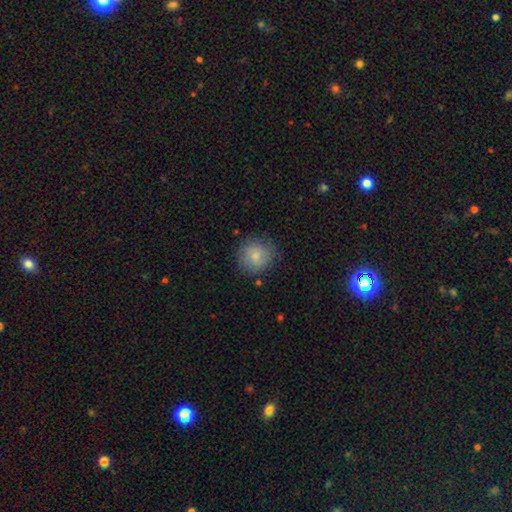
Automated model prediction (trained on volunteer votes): Smooth or featured?
  - smooth: 80% *
  - featured or disk: 12%
  - star or artifact: 8%
How rounded?
  - round: 90% *
  - in between: 9%
  - cigar-shaped: 1%
Merging?
  - none: 79% *
  - minor disturbance: 15%
  - major disturbance: 4%
  - merger: 2%